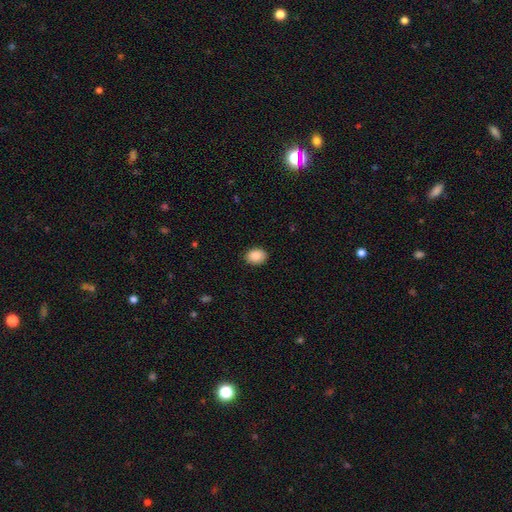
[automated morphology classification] Smooth or featured: smooth — 88% (star or artifact — 7%)
How rounded: in between — 68% (round — 31%)
Merging: none — 90% (minor disturbance — 8%)